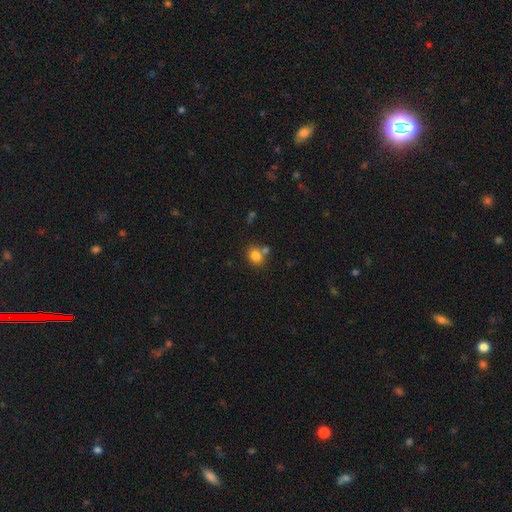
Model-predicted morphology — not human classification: Smooth or featured? Predicted: smooth (p=0.82). How rounded? Predicted: round (p=0.63). Merging? Predicted: none (p=0.63).